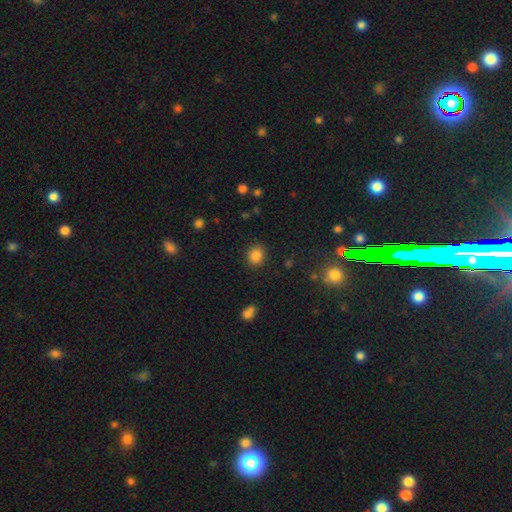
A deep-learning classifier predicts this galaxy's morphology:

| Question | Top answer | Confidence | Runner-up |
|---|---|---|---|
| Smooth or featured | smooth | 84% | star or artifact (12%) |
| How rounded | round | 70% | in between (29%) |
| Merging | none | 88% | minor disturbance (8%) |